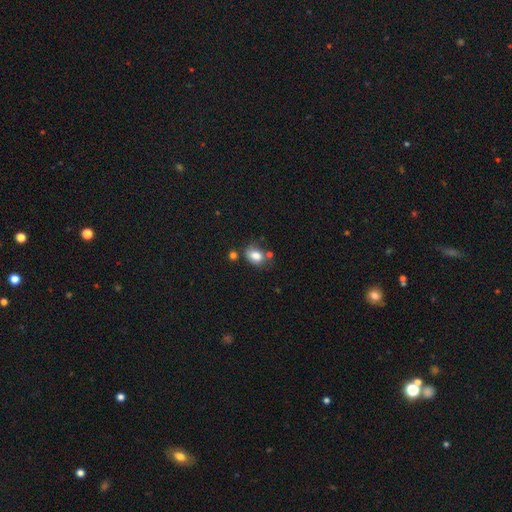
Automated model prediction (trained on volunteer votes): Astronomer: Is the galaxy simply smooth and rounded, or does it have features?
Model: smooth — 81%.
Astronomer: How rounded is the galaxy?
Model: in between — 73%.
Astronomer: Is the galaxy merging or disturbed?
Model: none — 58%.